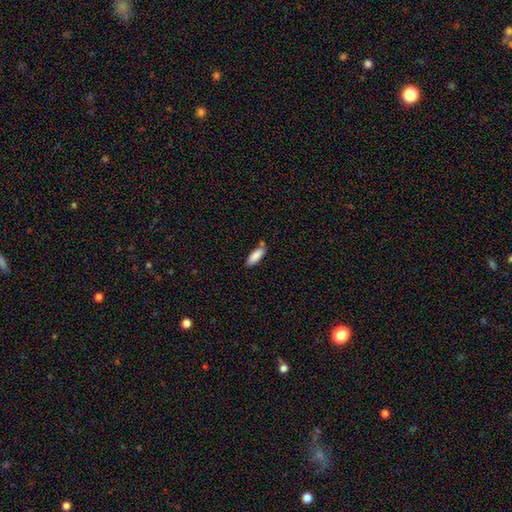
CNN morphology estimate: The model was most divided on "how rounded": in between: 59%, cigar-shaped: 40%, round: 2%. More confident: smooth or featured — smooth (87%); merging — none (69%).